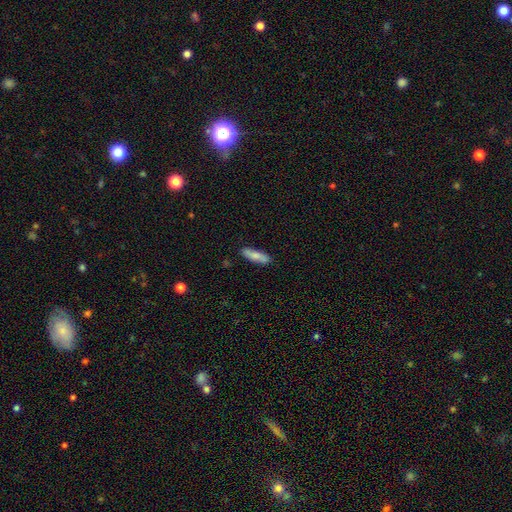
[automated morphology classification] smooth 78%, featured or disk 16%, star or artifact 6%. Down the decision tree: how rounded — cigar-shaped (57%); merging — none (86%).